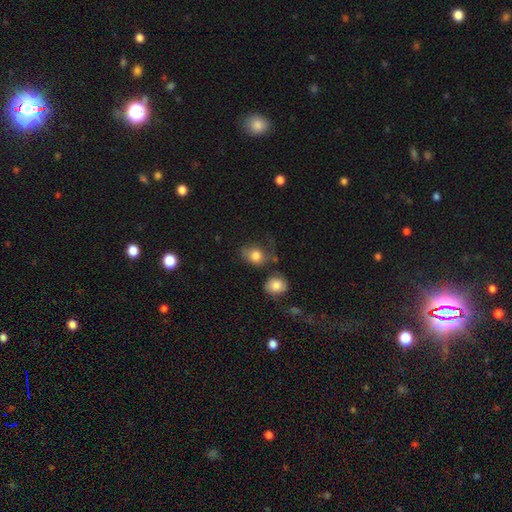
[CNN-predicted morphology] The model was most divided on "how rounded": in between: 51%, round: 47%, cigar-shaped: 1%. Remaining: smooth or featured — smooth (78%); merging — none (39%).